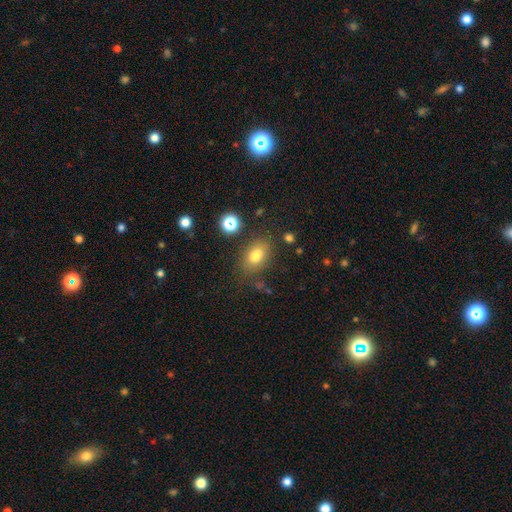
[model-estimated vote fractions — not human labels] smooth-or-featured: smooth: 75% | star or artifact: 13% | featured or disk: 12%
  how-rounded: in between: 81% | round: 16% | cigar-shaped: 2%
  merging: none: 71% | minor disturbance: 16% | merger: 8% | major disturbance: 5%